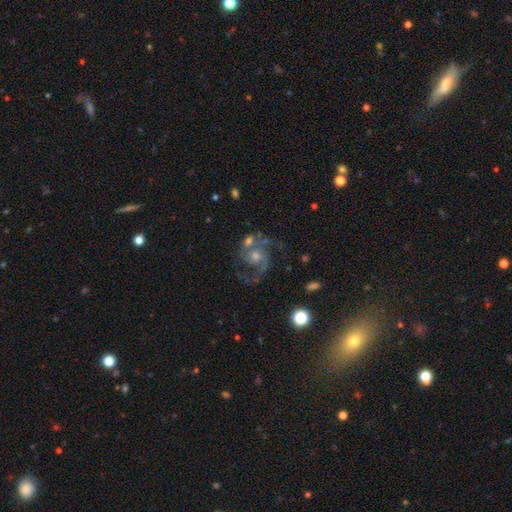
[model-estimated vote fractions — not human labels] smooth_or_featured: featured or disk (p=0.87) [alt: star or artifact p=0.08]
disk_edge_on: no (p=0.98) [alt: yes p=0.02]
bar: no (p=0.67) [alt: weak p=0.27]
has_spiral_arms: yes (p=0.97) [alt: no p=0.03]
spiral_winding: medium (p=0.59) [alt: tight p=0.22]
spiral_arm_count: 2 (p=0.87) [alt: 3 p=0.04]
bulge_size: moderate (p=0.53) [alt: small p=0.38]
merging: none (p=0.62) [alt: minor disturbance p=0.15]